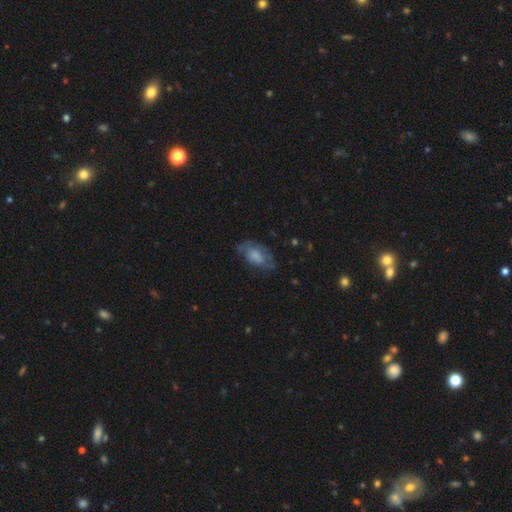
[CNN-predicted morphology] This is possibly a smooth galaxy (59%). How rounded: clearly in between (91%). Merging: possibly none (52%).